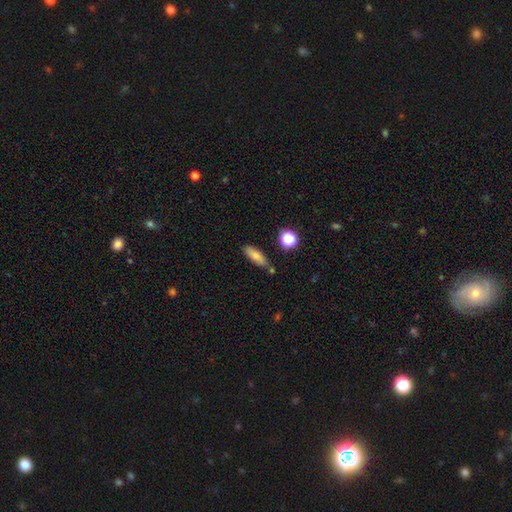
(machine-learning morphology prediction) Smooth or featured? Predicted: smooth (p=0.76). How rounded? Predicted: in between (p=0.58). Merging? Predicted: none (p=0.75).